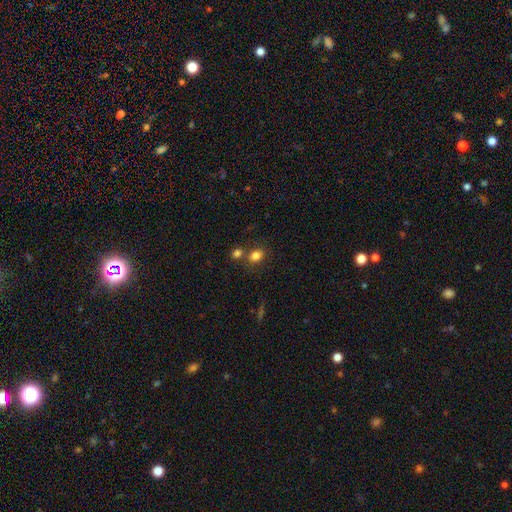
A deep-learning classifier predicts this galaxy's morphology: Smooth or featured: smooth — 82% (star or artifact — 11%)
How rounded: in between — 62% (round — 37%)
Merging: none — 61% (merger — 24%)